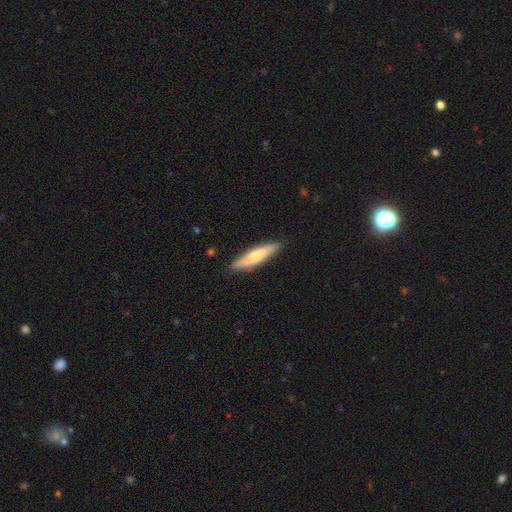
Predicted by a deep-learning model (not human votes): A smooth galaxy with no disk features (60%) that is cigar-shaped (83%). Merging: none (86%).